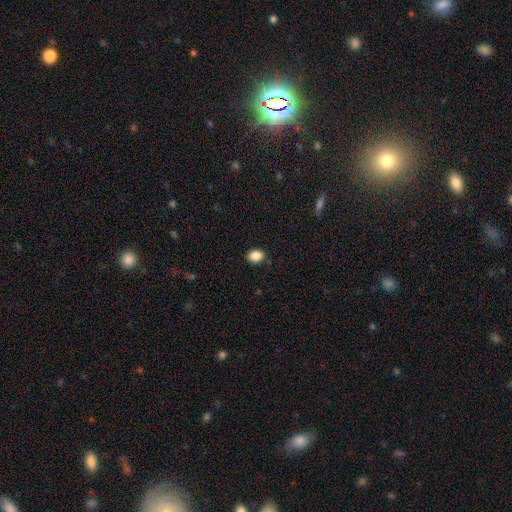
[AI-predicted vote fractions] This is clearly a smooth galaxy (88%). How rounded: possibly in between (56%). Merging: clearly none (88%).